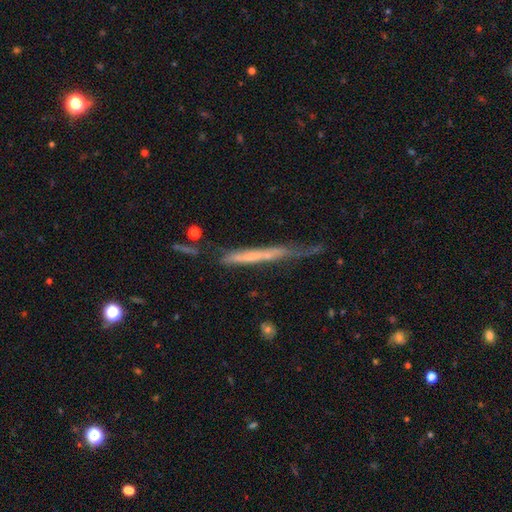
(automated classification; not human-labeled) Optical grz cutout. It shows a featured or disk galaxy (54%) viewed edge-on (87%). Merging: none (50%).